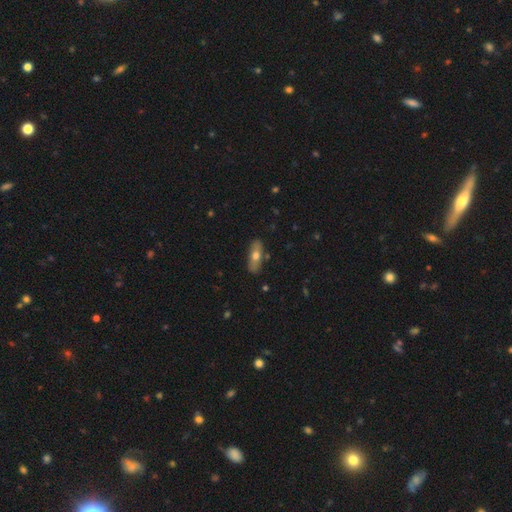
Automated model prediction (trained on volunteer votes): A smooth galaxy with no disk features (61%) that is in between round and cigar-shaped (69%).

Vote fractions:
- Smooth or featured? smooth: 61% / featured or disk: 33% / star or artifact: 6%
- How rounded? in between: 69% / cigar-shaped: 27% / round: 4%
- Merging? none: 84% / minor disturbance: 12% / major disturbance: 2% / merger: 2%